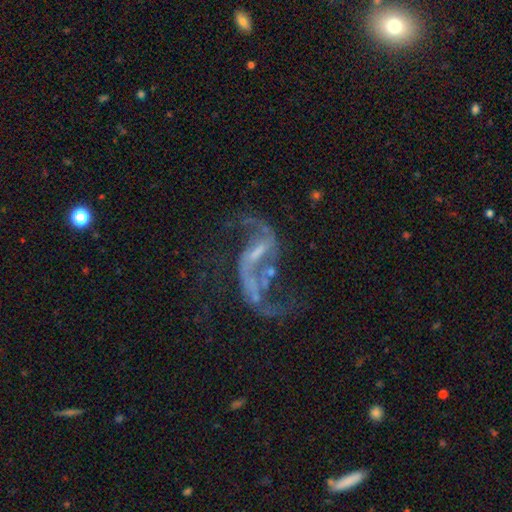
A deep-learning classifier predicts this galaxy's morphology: A featured or disk galaxy (88%) with a weak bar (46%), 2 (89%) loose (79%) spiral arms (93%) and a small central bulge (48%).

Vote fractions:
- Smooth or featured? featured or disk: 88% / star or artifact: 8% / smooth: 4%
- Edge-on disk? no: 97% / yes: 3%
- Bar? weak: 46% / strong: 31% / no: 23%
- Spiral arms? yes: 93% / no: 7%
- Spiral winding? loose: 79% / medium: 17% / tight: 4%
- Spiral arm count? 2: 89% / 1: 4% / can't tell: 3% / 3: 1% / 4: 1% / more than 4: 1%
- Bulge size? small: 48% / none: 35% / moderate: 14% / large: 2% / dominant: 1%
- Merging? none: 46% / major disturbance: 29% / minor disturbance: 15% / merger: 11%